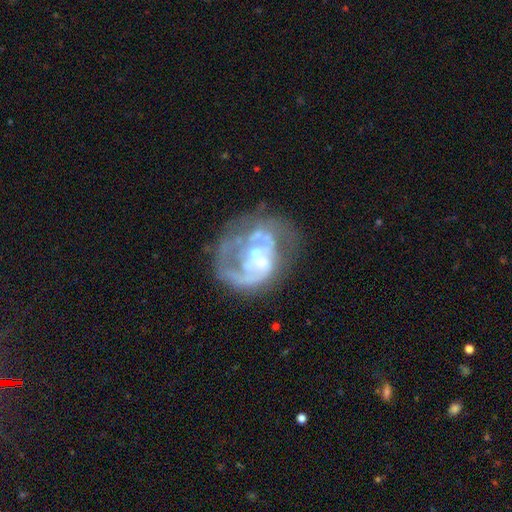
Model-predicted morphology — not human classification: smooth-or-featured: featured or disk: 77% | smooth: 14% | star or artifact: 9%
  disk-edge-on: no: 98% | yes: 2%
    bar: no: 72% | weak: 22% | strong: 6%
    has-spiral-arms: yes: 52% | no: 48%
    bulge-size: small: 47% | moderate: 32% | none: 17% | large: 4% | dominant: 2%
  merging: major disturbance: 35% (tied) | none: 35% (tied) | minor disturbance: 18% | merger: 12%